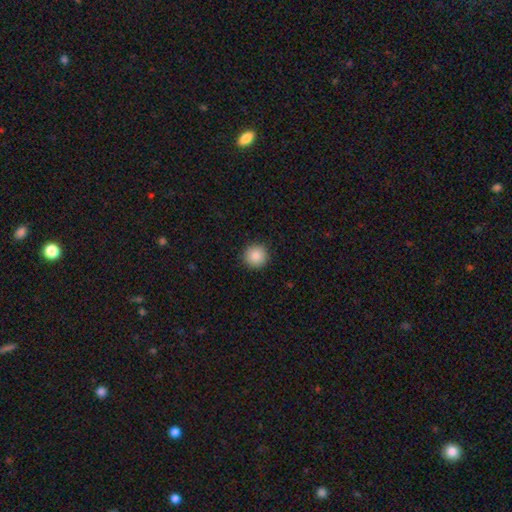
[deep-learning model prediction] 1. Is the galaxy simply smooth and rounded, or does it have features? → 87% smooth, 9% star or artifact, 4% featured or disk.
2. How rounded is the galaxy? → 95% round, 4% in between, 1% cigar-shaped.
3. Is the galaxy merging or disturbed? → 93% none, 5% minor disturbance, 2% major disturbance, 1% merger.